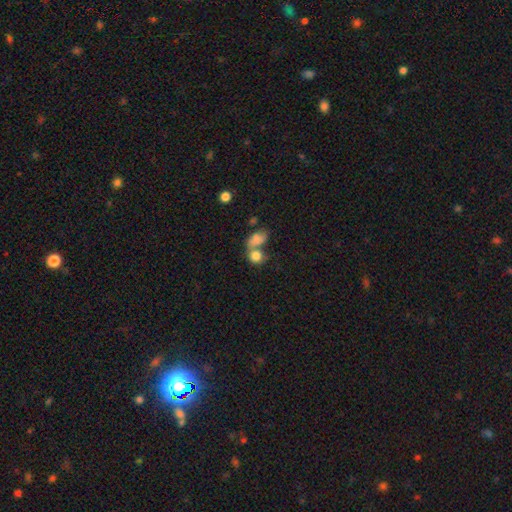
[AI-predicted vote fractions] smooth_or_featured: smooth (p=0.80) [alt: featured or disk p=0.11]
how_rounded: round (p=0.56) [alt: in between p=0.42]
merging: merger (p=0.58) [alt: none p=0.26]